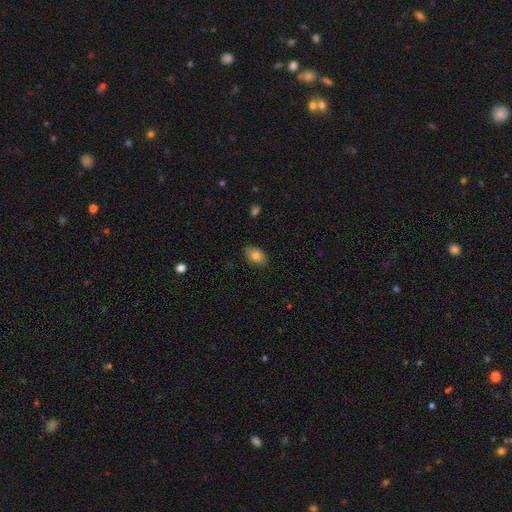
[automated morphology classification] Smooth or featured?
  - smooth: 81% *
  - featured or disk: 11%
  - star or artifact: 8%
How rounded?
  - in between: 88% *
  - round: 10%
  - cigar-shaped: 1%
Merging?
  - none: 84% *
  - minor disturbance: 12%
  - major disturbance: 2%
  - merger: 1%